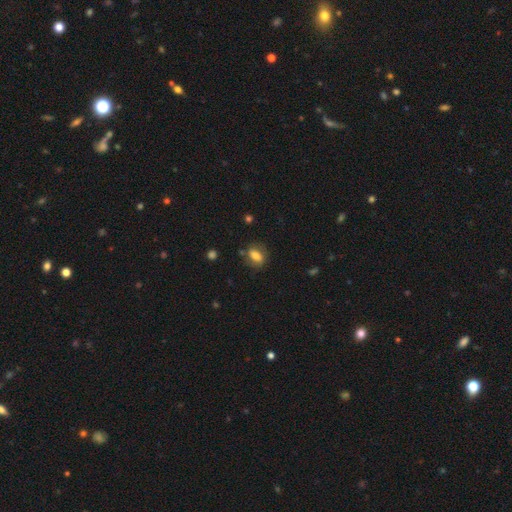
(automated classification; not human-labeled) The model was most divided on "merging": none: 73%, minor disturbance: 18%, major disturbance: 6%, merger: 3%. More confident: how rounded — in between (78%); smooth or featured — smooth (78%).